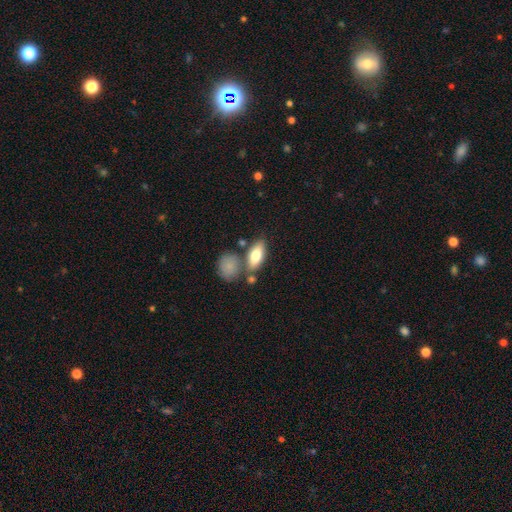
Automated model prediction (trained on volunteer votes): Smooth or featured?
  - smooth: 76% *
  - featured or disk: 18%
  - star or artifact: 6%
How rounded?
  - in between: 82% *
  - cigar-shaped: 15%
  - round: 4%
Merging?
  - none: 64% *
  - merger: 18%
  - minor disturbance: 14%
  - major disturbance: 4%